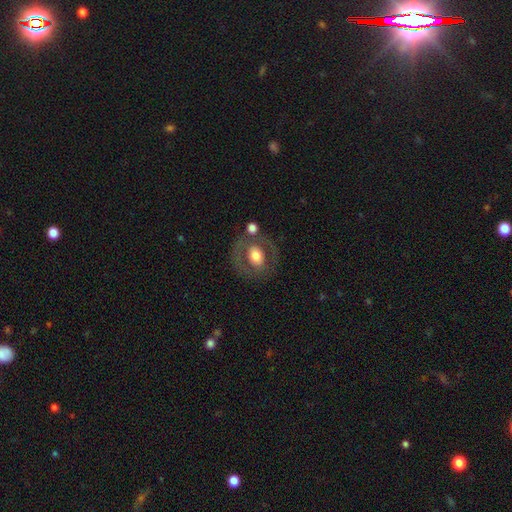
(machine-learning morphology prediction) This appears to be a smooth galaxy with no disk features (47%). Merging: none (68%).